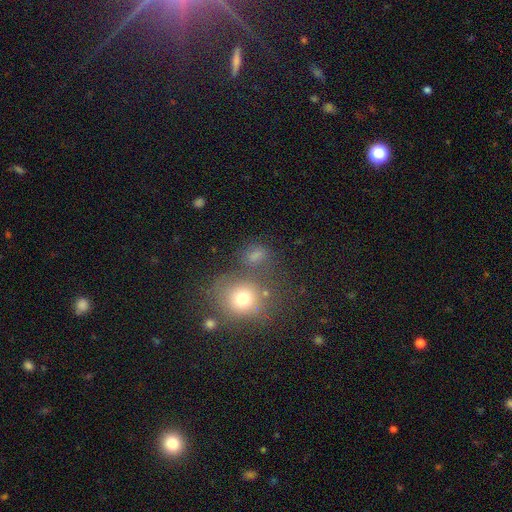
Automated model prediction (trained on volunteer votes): Overall: smooth (70%). How rounded: in between (50%; round 48%). Merging: none (56%; merger 18%).